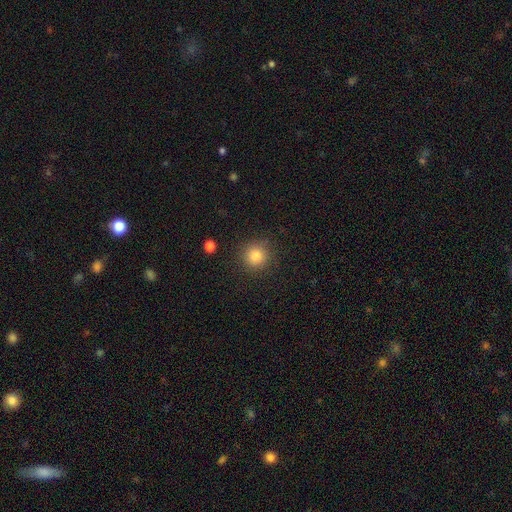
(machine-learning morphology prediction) smooth 84%, star or artifact 11%, featured or disk 5%. Down the decision tree: how rounded — round (93%); merging — none (87%).